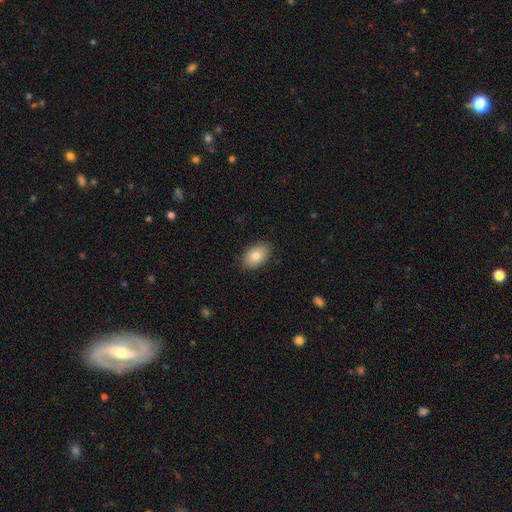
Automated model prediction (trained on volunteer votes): A smooth galaxy with no disk features (81%) that is in between round and cigar-shaped (88%).

Vote fractions:
- Smooth or featured? smooth: 81% / featured or disk: 11% / star or artifact: 8%
- How rounded? in between: 88% / round: 10% / cigar-shaped: 1%
- Merging? none: 88% / minor disturbance: 9% / major disturbance: 2% / merger: 1%